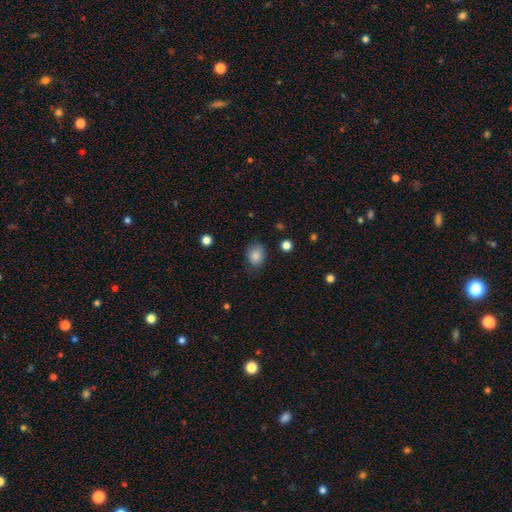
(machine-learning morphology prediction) Overall: smooth (85%). How rounded: round (55%; in between 45%). Merging: none (76%).